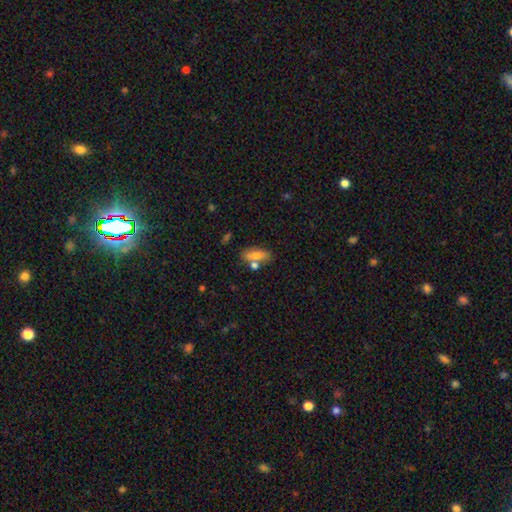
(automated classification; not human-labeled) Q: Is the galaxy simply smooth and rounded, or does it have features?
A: smooth — 74%.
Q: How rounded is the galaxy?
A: in between — 74%.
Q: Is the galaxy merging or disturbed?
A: none — 64%.